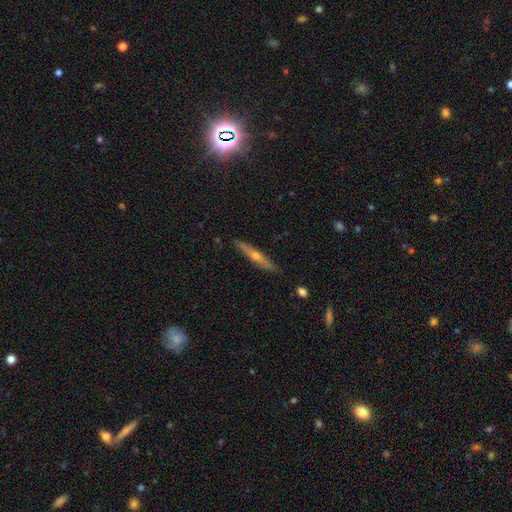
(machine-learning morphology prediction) This is likely a featured or disk galaxy (64%). It is clearly viewed edge-on (94%). Edge-on bulge: clearly rounded (84%). Merging: clearly none (88%).